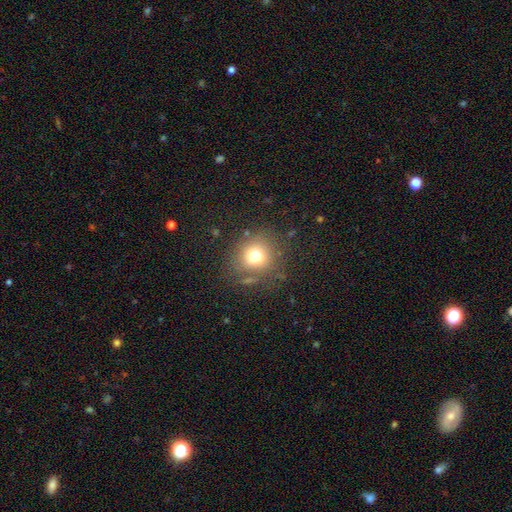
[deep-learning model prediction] smooth_or_featured: smooth (p=0.72) [alt: star or artifact p=0.16]
how_rounded: round (p=0.83) [alt: in between p=0.16]
merging: none (p=0.78) [alt: minor disturbance p=0.12]